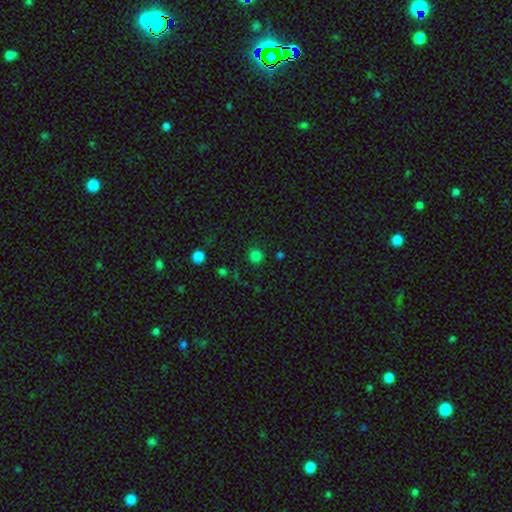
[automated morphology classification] Smooth or featured?
  - smooth: 80% *
  - star or artifact: 17%
  - featured or disk: 4%
How rounded?
  - round: 90% *
  - in between: 9%
  - cigar-shaped: 1%
Merging?
  - none: 86% *
  - minor disturbance: 9%
  - major disturbance: 3%
  - merger: 2%